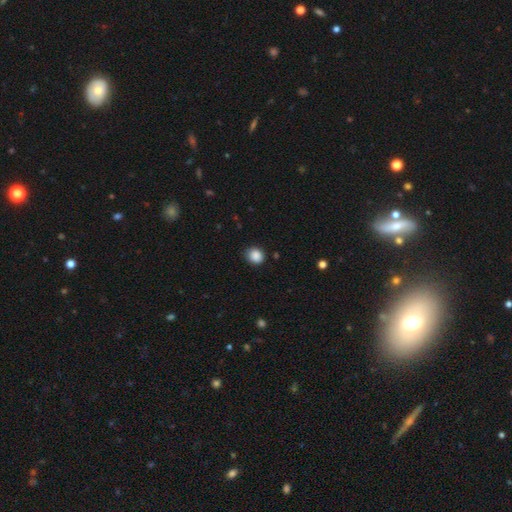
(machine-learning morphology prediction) Smooth or featured?
  - smooth: 88% *
  - star or artifact: 9%
  - featured or disk: 3%
How rounded?
  - round: 75% *
  - in between: 24%
  - cigar-shaped: 1%
Merging?
  - none: 82% *
  - minor disturbance: 14%
  - major disturbance: 3%
  - merger: 1%